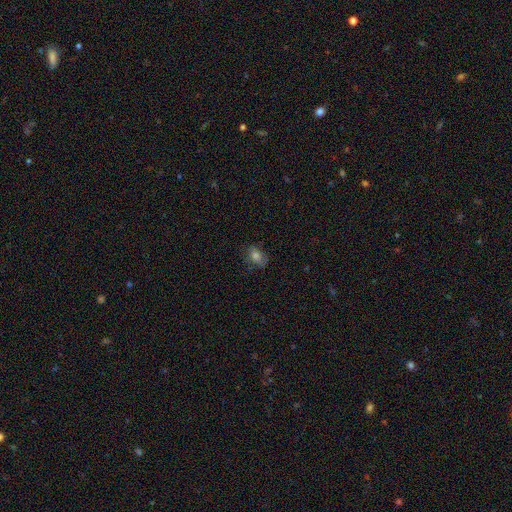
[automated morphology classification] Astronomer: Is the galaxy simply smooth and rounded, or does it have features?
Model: smooth — 67%.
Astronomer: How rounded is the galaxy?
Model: in between — 75%.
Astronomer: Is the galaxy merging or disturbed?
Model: none — 67%.